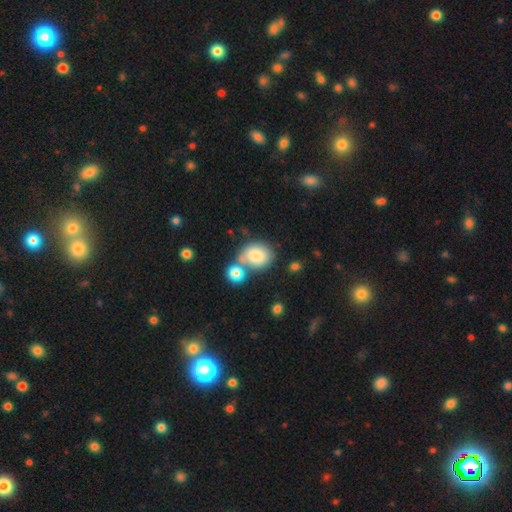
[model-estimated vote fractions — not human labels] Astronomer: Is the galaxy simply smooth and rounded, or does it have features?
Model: smooth — 81%.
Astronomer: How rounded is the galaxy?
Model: round — 53% (runner-up: in between, 46%).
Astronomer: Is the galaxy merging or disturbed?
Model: none — 50% (runner-up: merger, 32%).